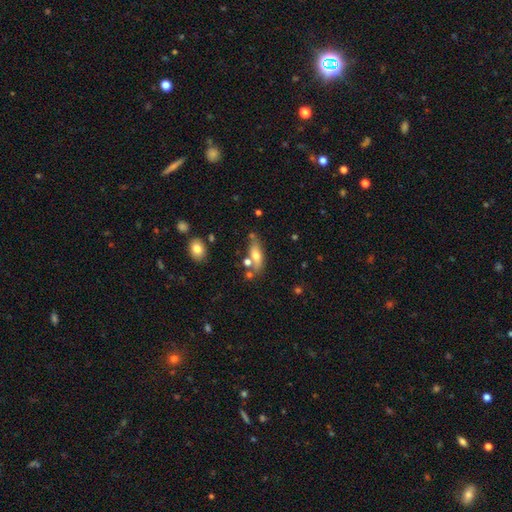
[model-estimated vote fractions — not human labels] smooth_or_featured: smooth (p=0.59) [alt: featured or disk p=0.33]
how_rounded: in between (p=0.62) [alt: cigar-shaped p=0.34]
merging: none (p=0.59) [alt: minor disturbance p=0.19]